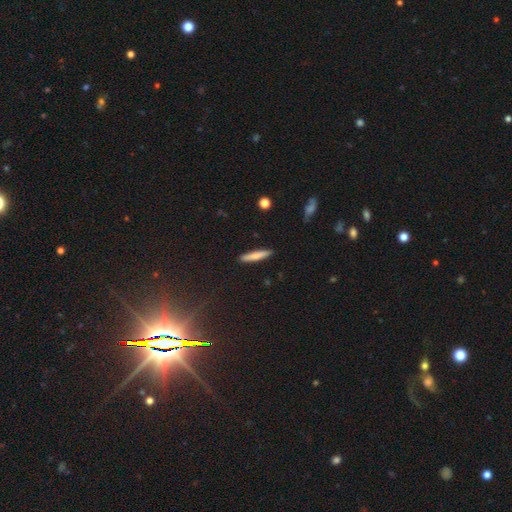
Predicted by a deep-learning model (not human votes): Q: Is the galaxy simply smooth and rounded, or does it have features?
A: smooth — 75%.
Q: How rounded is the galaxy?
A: cigar-shaped — 91%.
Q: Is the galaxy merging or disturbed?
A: none — 90%.